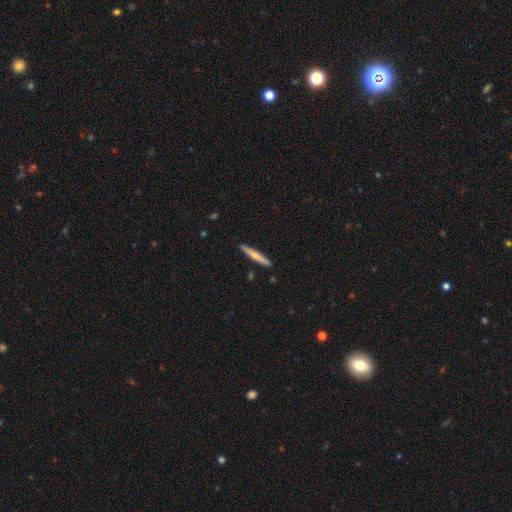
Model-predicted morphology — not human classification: A smooth galaxy with no disk features (62%) that is cigar-shaped (95%).

Vote fractions:
- Smooth or featured? smooth: 62% / featured or disk: 33% / star or artifact: 5%
- How rounded? cigar-shaped: 95% / in between: 4% / round: 1%
- Merging? none: 90% / minor disturbance: 7% / merger: 2% / major disturbance: 1%